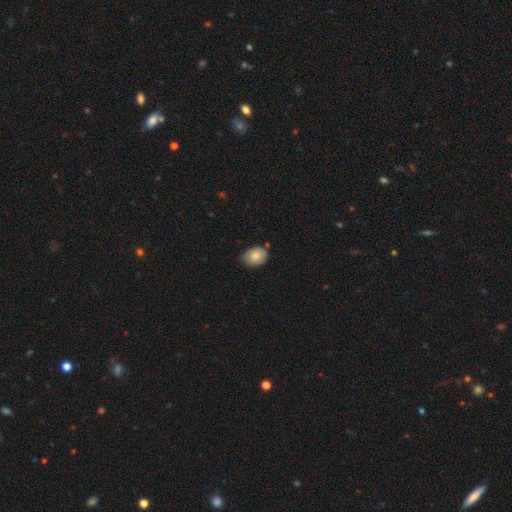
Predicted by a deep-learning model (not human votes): The model was most divided on "how rounded": in between: 73%, round: 26%, cigar-shaped: 1%. More confident: smooth or featured — smooth (80%); merging — none (74%).